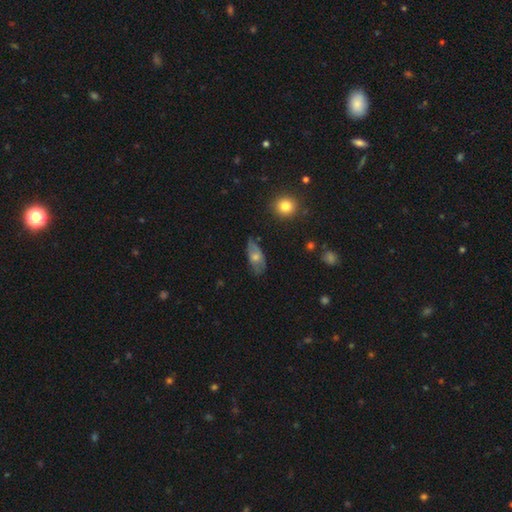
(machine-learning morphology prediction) This is possibly a smooth galaxy (47%). Merging: likely none (66%).